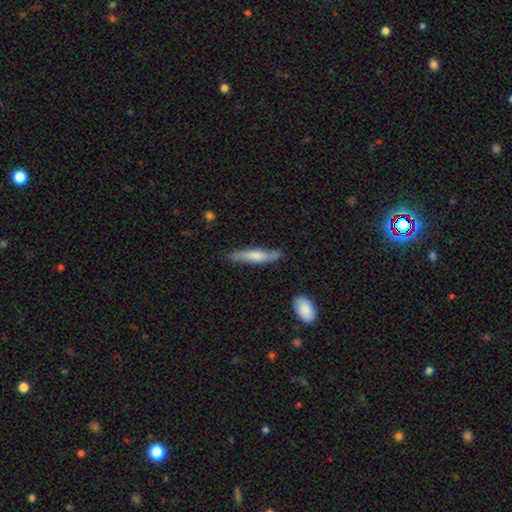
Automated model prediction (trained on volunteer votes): Smooth or featured? smooth (56%)
How rounded? cigar-shaped (85%)
Merging? none (72%)